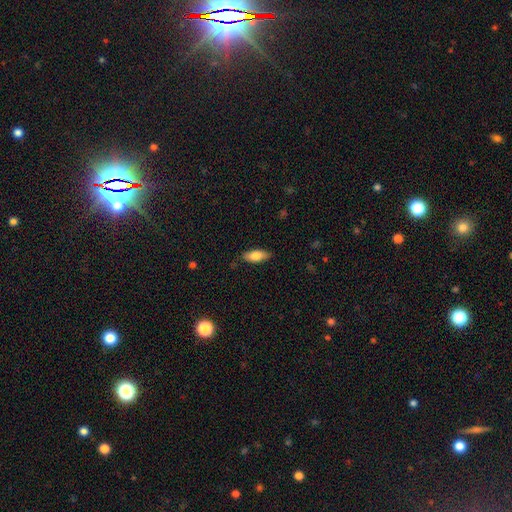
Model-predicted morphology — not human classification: This is likely a smooth galaxy (79%). How rounded: clearly in between (81%). Merging: clearly none (85%).